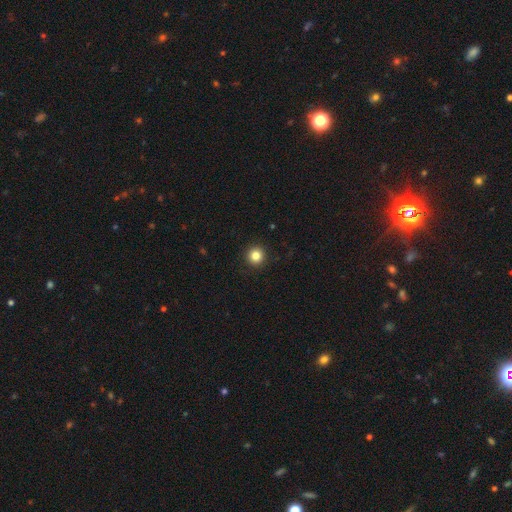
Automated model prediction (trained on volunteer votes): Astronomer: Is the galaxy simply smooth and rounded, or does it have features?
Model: smooth — 83%.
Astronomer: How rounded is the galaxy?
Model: round — 95%.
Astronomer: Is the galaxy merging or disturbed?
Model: none — 93%.